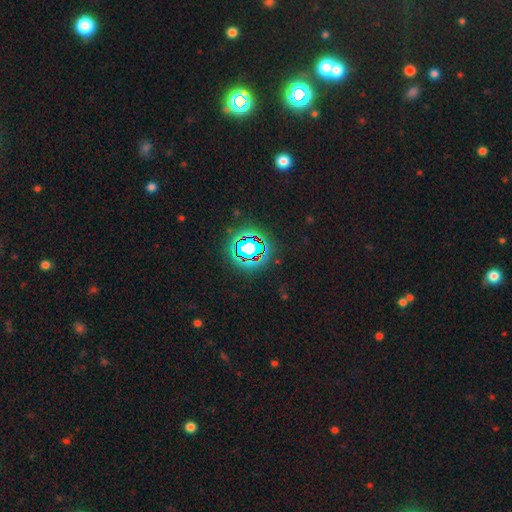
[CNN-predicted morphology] This is clearly a star or artifact rather than a galaxy (81%).